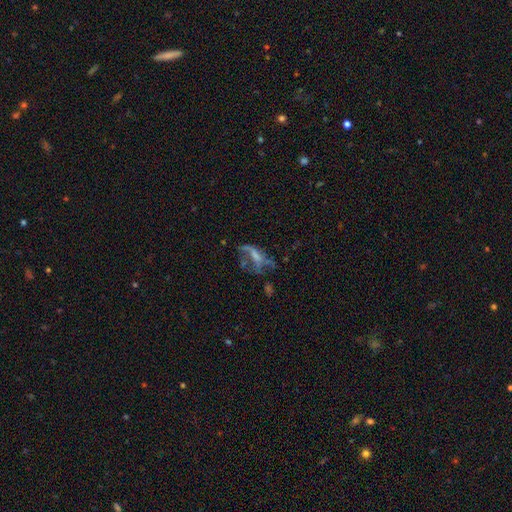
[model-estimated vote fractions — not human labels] Smooth or featured: featured or disk — 55% (smooth — 28%)
Edge-on disk: no — 88% (yes — 12%)
Merging: major disturbance — 44% (none — 30%)